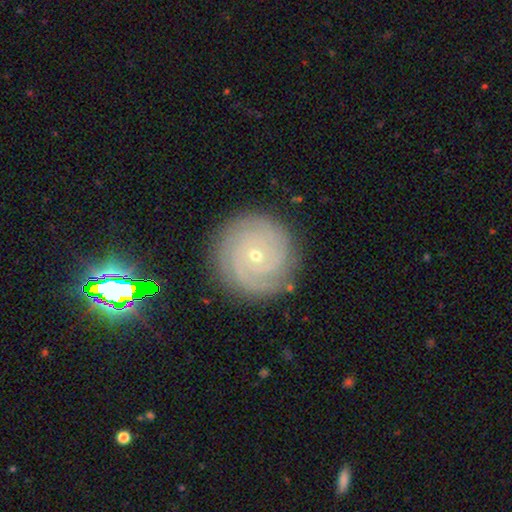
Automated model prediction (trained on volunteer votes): A featured or disk galaxy (83%) with no bar (75%), 3 (28%) tight (85%) spiral arms (97%) and a small central bulge (73%). Merging: none (86%).